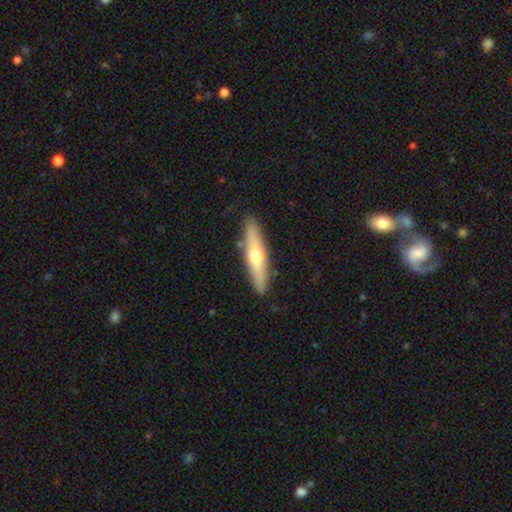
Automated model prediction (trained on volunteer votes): Smooth or featured? featured or disk (47%, tied with smooth)
Merging? none (87%)